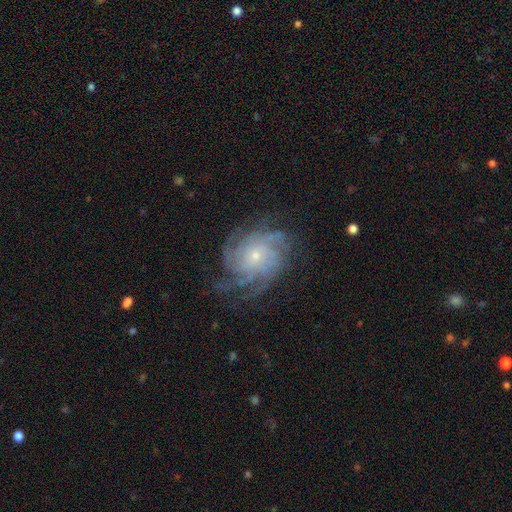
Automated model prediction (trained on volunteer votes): The model was most divided on "spiral arm count": 4: 29%, can't tell: 23%, more than 4: 21%, 3: 13%, 2: 8%, 1: 7%. More confident: edge-on disk — no (97%); spiral arms — yes (97%); smooth or featured — featured or disk (86%); bar — no (75%); bulge size — small (74%); merging — none (72%); spiral winding — tight (62%).